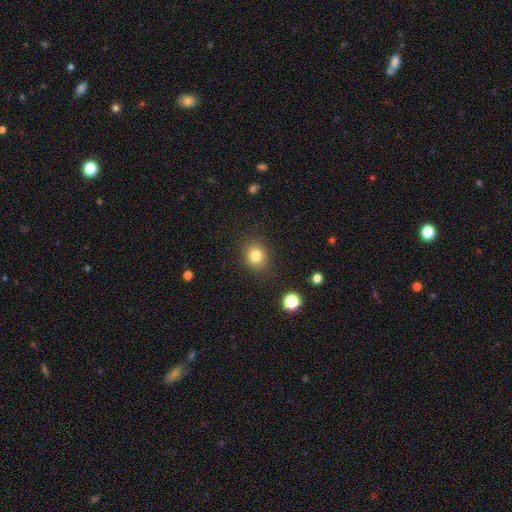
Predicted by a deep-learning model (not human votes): Overall: smooth (82%). How rounded: round (68%; in between 31%). Merging: none (85%).